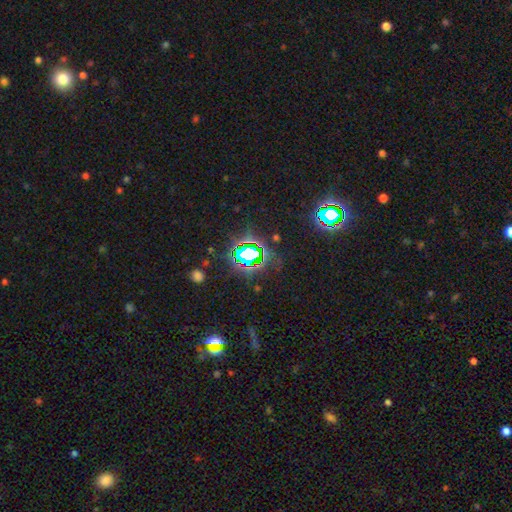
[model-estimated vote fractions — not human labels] Overall: star or artifact (74%).